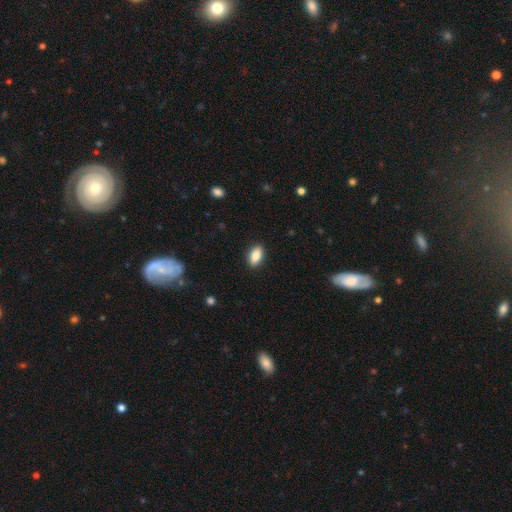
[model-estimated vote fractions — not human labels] This is clearly a smooth galaxy (85%). How rounded: clearly in between (89%). Merging: clearly none (89%).